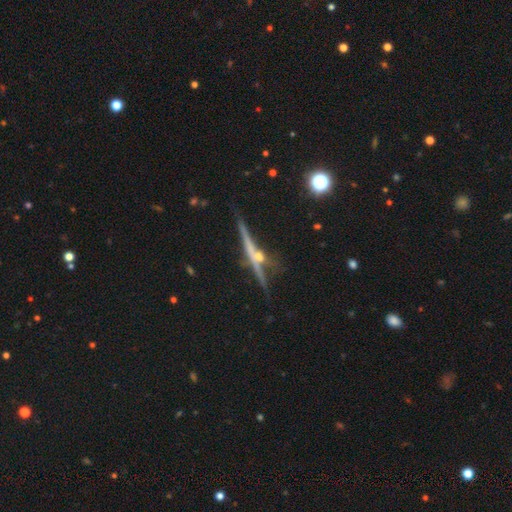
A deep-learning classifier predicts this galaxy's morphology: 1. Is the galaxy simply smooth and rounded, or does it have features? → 72% featured or disk, 17% smooth, 11% star or artifact.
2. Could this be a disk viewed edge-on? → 95% yes, 5% no.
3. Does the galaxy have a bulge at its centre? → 58% rounded, 34% none, 8% boxy.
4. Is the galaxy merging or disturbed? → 72% none, 12% minor disturbance, 11% merger, 5% major disturbance.